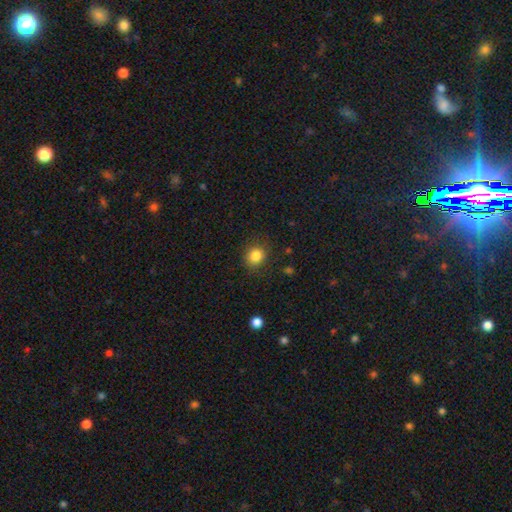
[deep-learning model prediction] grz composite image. It shows a smooth galaxy with no disk features (85%) that is round (79%). Merging: none (83%).